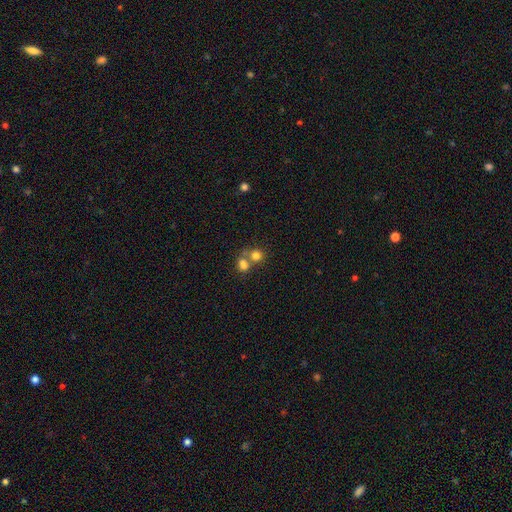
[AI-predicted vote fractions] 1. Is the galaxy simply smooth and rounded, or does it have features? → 77% smooth, 13% star or artifact, 10% featured or disk.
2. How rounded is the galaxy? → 78% round, 21% in between, 1% cigar-shaped.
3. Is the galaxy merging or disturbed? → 48% merger, 41% none, 7% minor disturbance, 4% major disturbance.